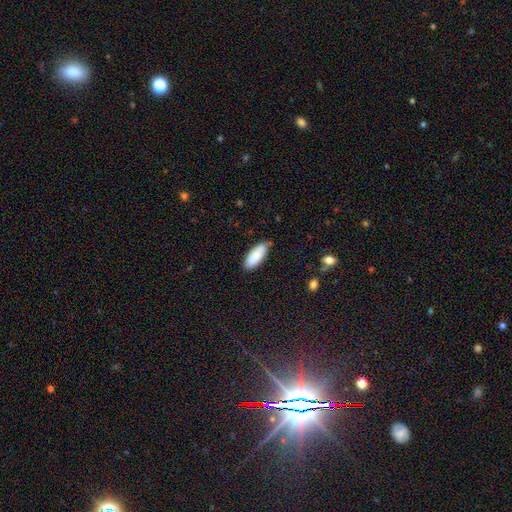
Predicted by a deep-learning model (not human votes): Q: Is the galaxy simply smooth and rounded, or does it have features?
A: smooth — 85%.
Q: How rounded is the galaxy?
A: in between — 83%.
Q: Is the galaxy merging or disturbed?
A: none — 79%.